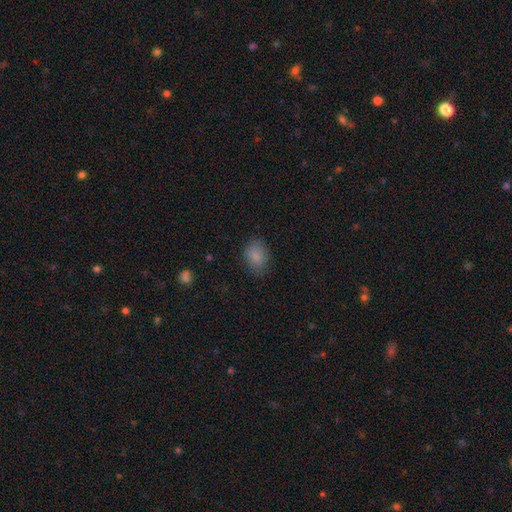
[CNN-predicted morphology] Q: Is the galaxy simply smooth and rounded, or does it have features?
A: smooth — 85%.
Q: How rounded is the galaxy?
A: in between — 73%.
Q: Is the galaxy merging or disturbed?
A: none — 77%.